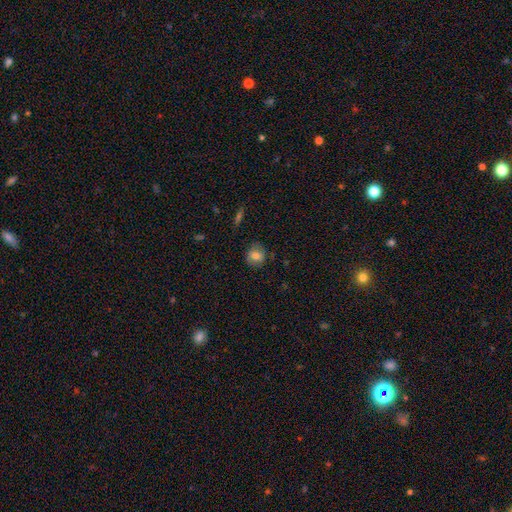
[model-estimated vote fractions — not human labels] smooth-or-featured: smooth: 75% | featured or disk: 16% | star or artifact: 9%
  how-rounded: round: 79% | in between: 20% | cigar-shaped: 1%
  merging: none: 81% | minor disturbance: 15% | major disturbance: 3% | merger: 1%